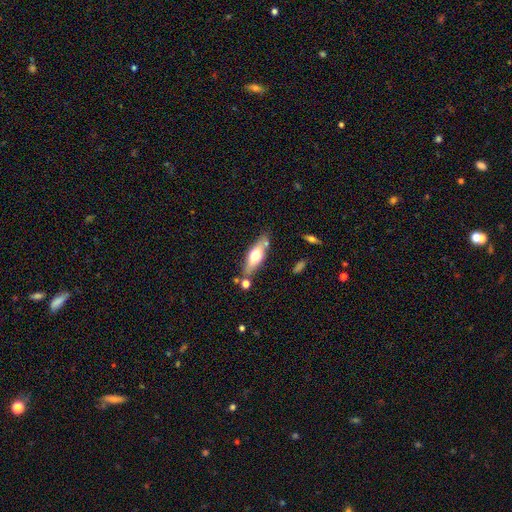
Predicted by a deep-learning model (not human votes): Smooth or featured? Predicted: smooth (p=0.50). How rounded? Predicted: cigar-shaped (p=0.49). Merging? Predicted: none (p=0.74).